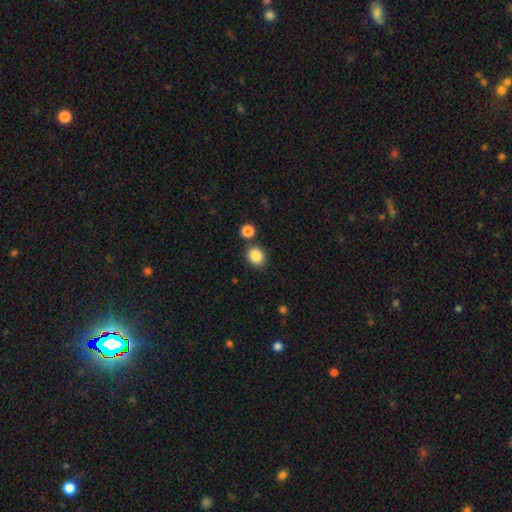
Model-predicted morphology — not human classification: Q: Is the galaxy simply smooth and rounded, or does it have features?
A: smooth — 87%.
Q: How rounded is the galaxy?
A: round — 58%.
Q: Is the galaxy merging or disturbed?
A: none — 79%.